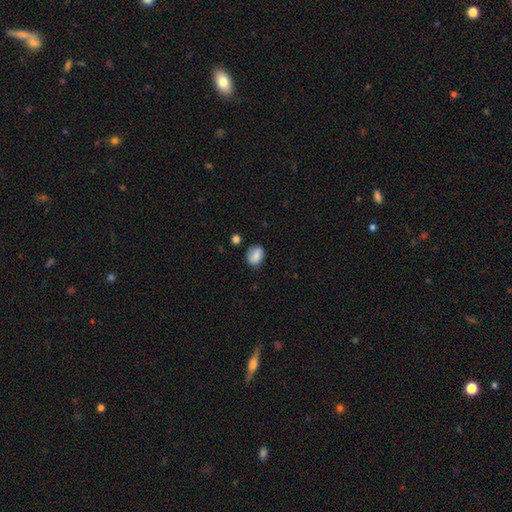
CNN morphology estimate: Smooth or featured? Predicted: smooth (p=0.81). How rounded? Predicted: in between (p=0.67). Merging? Predicted: none (p=0.74).